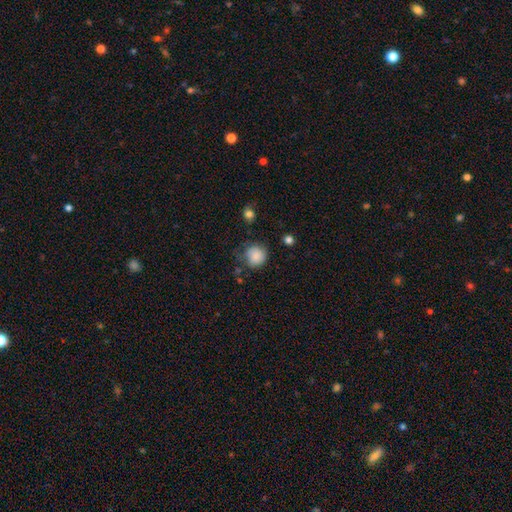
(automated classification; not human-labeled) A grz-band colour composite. It shows a smooth galaxy with no disk features (85%) that is round (86%). Merging: none (62%).